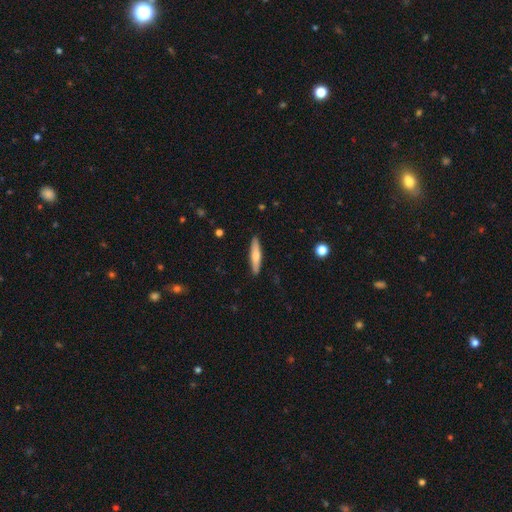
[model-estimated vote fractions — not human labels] A smooth galaxy with no disk features (63%) that is cigar-shaped (85%). Merging: none (90%).